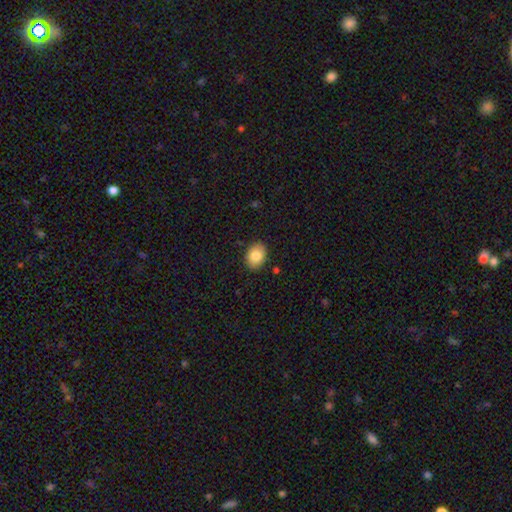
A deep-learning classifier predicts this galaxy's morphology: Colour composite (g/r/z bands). It shows a smooth galaxy with no disk features (84%) that is in between round and cigar-shaped (73%). Merging: none (88%).